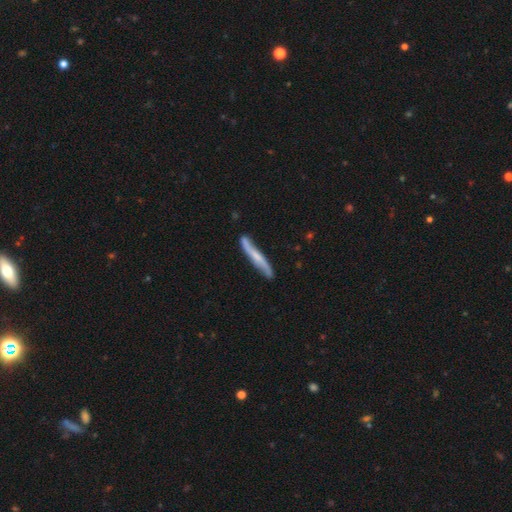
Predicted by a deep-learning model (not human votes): Q: Smooth or featured?
A: featured or disk (57%); runner-up: smooth (38%)
Q: Edge-on disk?
A: yes (68%); runner-up: no (32%)
Q: Merging?
A: none (75%); runner-up: minor disturbance (18%)